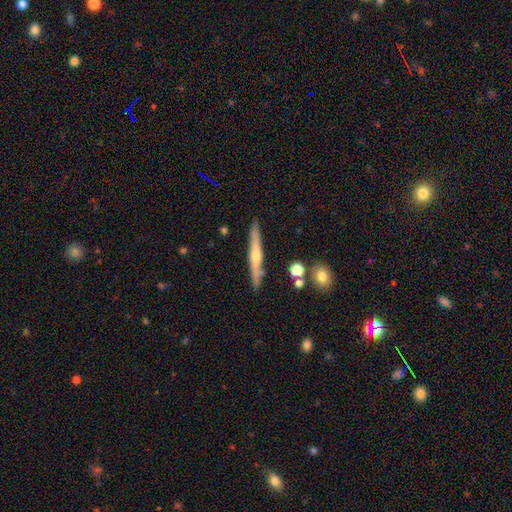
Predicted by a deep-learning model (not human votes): A featured or disk galaxy (65%) viewed edge-on (95%) with a rounded central bulge (77%). Merging: none (87%).